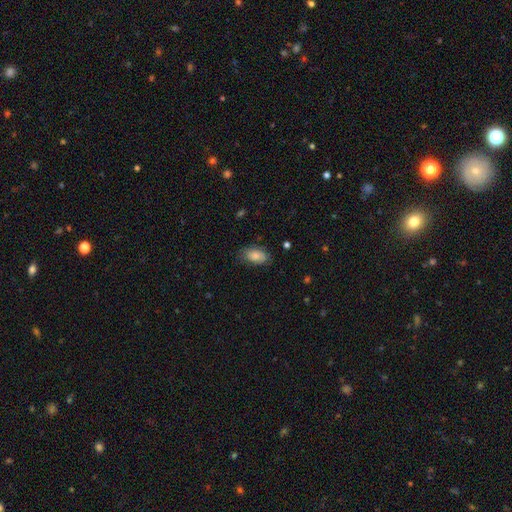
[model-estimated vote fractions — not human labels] A smooth galaxy with no disk features (80%) that is in between round and cigar-shaped (92%).

Vote fractions:
- Smooth or featured? smooth: 80% / featured or disk: 12% / star or artifact: 7%
- How rounded? in between: 92% / round: 5% / cigar-shaped: 2%
- Merging? none: 72% / minor disturbance: 22% / major disturbance: 5% / merger: 1%